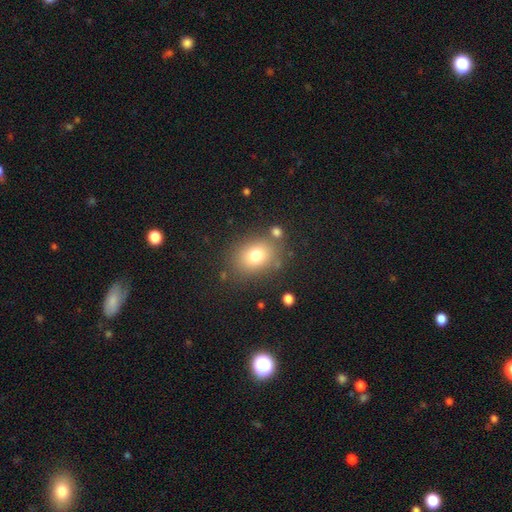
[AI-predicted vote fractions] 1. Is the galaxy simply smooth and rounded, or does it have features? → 76% smooth, 12% star or artifact, 12% featured or disk.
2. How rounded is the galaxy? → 55% in between, 44% round, 1% cigar-shaped.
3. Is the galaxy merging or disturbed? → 76% none, 12% minor disturbance, 7% merger, 5% major disturbance.